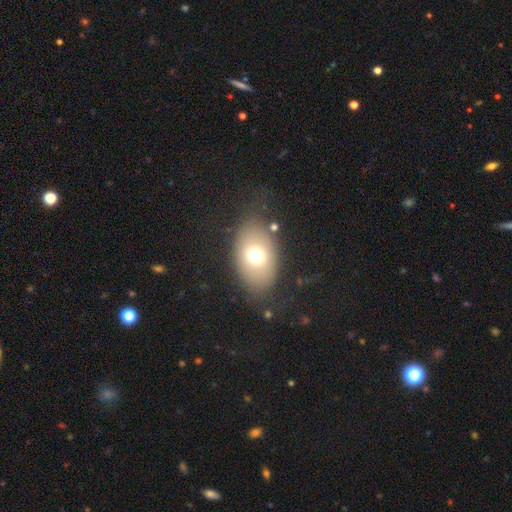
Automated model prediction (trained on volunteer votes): Smooth or featured?
  - smooth: 70% *
  - featured or disk: 19%
  - star or artifact: 12%
How rounded?
  - in between: 78% *
  - round: 21%
  - cigar-shaped: 1%
Merging?
  - none: 75% *
  - minor disturbance: 14%
  - major disturbance: 8%
  - merger: 2%